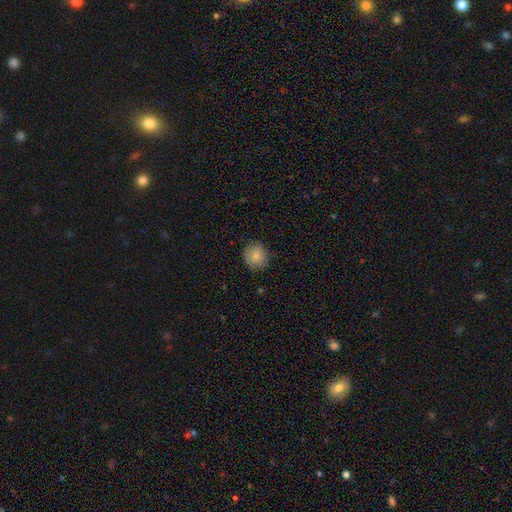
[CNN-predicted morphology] type=smooth (84%); roundness=round (83%); merging=none (83%).